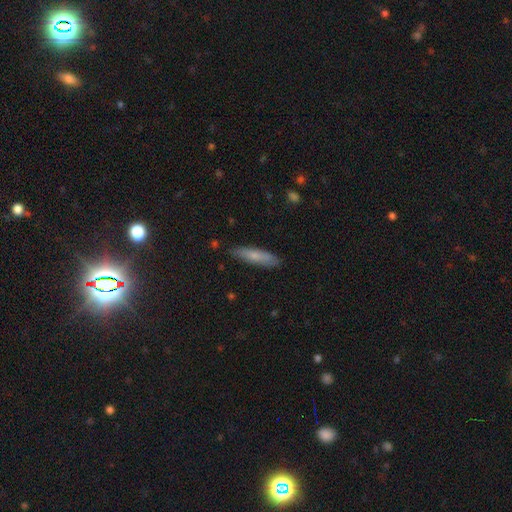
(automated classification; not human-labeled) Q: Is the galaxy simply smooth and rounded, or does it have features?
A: smooth — 72%.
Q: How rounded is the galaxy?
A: cigar-shaped — 77%.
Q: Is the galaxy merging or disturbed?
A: none — 85%.